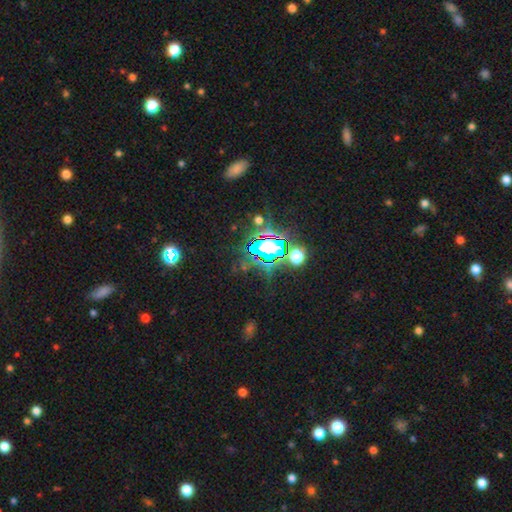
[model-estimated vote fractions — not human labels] A star or artifact, not a galaxy (81%).

Vote fractions:
- Smooth or featured? star or artifact: 81% / smooth: 11% / featured or disk: 7%